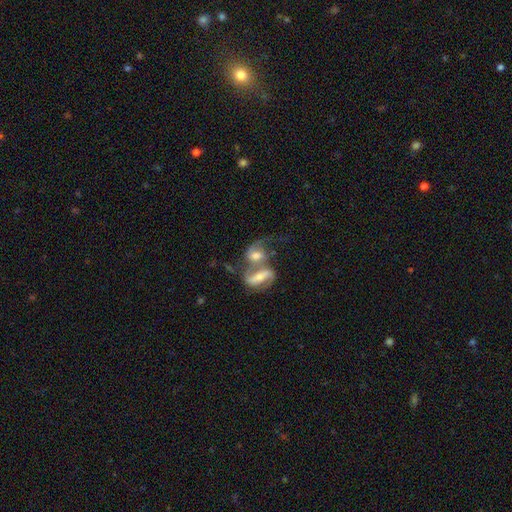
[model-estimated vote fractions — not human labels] Smooth or featured: featured or disk — 67% (smooth — 26%)
Edge-on disk: no — 92% (yes — 8%)
Bar: strong — 40% (weak — 33%)
Spiral arms: yes — 81% (no — 19%)
Bulge size: moderate — 53% (small — 30%)
Merging: merger — 68% (none — 17%)